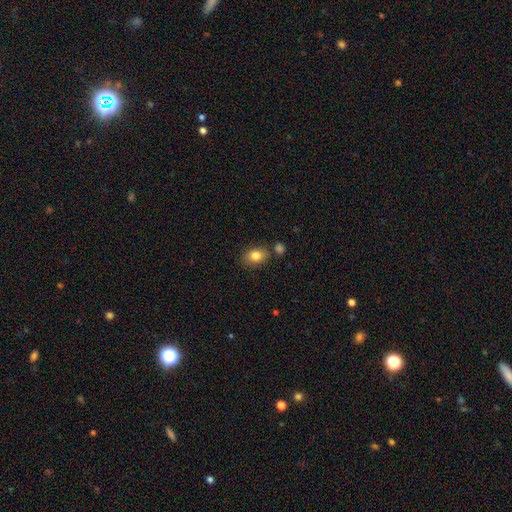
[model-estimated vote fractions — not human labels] The model was most divided on "how rounded": in between: 74%, round: 25%, cigar-shaped: 1%. More confident: smooth or featured — smooth (82%); merging — none (75%).